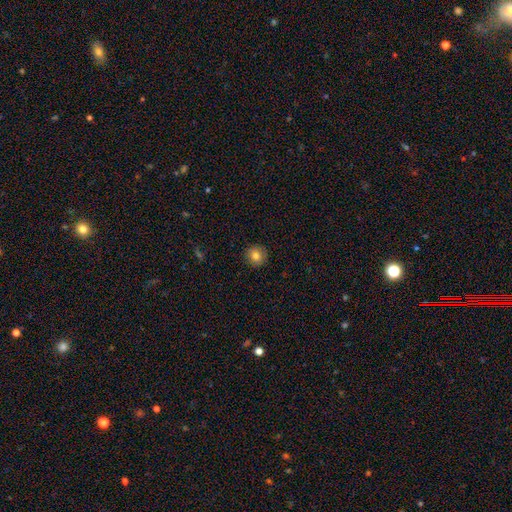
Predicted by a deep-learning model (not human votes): This appears to be a smooth galaxy with no disk features (80%) that is round (94%). Merging: none (91%).